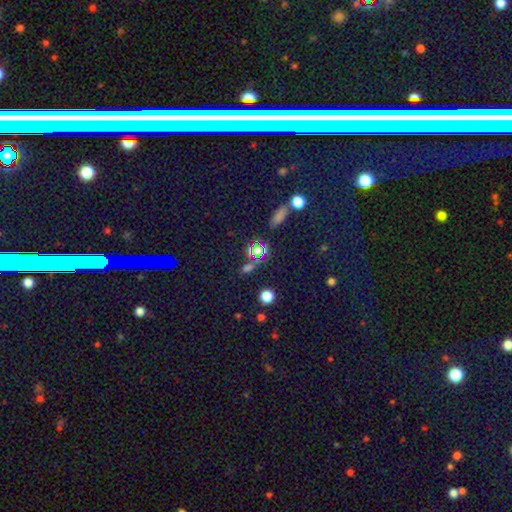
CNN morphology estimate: smooth-or-featured: star or artifact: 80% | smooth: 10% | featured or disk: 9%